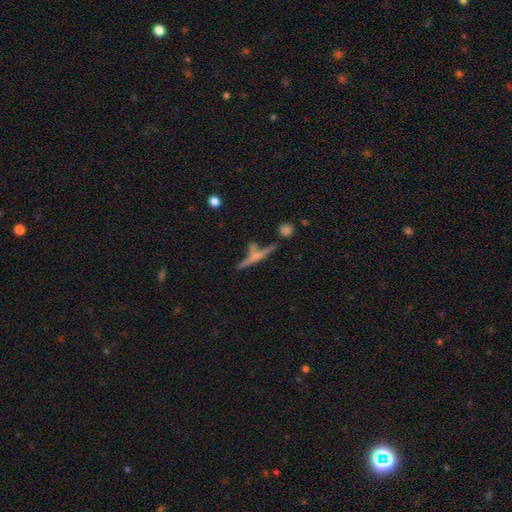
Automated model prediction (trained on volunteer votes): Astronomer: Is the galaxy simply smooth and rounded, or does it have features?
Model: featured or disk — 58%.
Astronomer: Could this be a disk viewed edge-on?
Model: yes — 92%.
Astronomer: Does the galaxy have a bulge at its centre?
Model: rounded — 51% (runner-up: none, 36%).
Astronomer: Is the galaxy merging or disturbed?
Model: none — 63%.